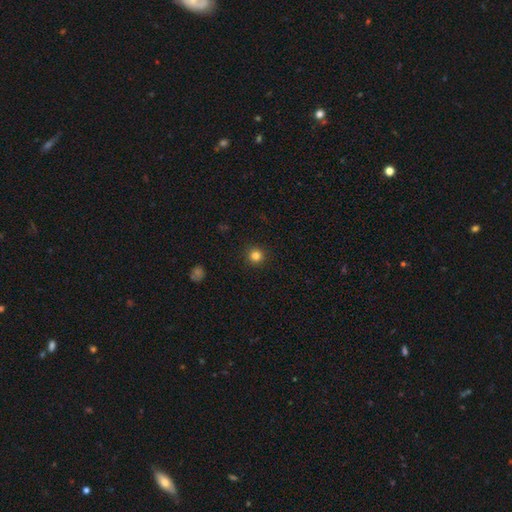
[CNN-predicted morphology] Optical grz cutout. It shows a smooth galaxy with no disk features (82%) that is round (95%). Merging: none (93%).